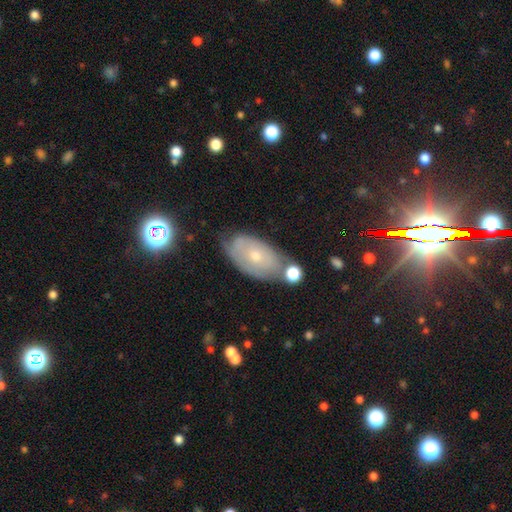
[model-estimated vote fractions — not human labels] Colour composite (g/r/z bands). It shows a featured or disk galaxy (45%). Merging: none (58%).